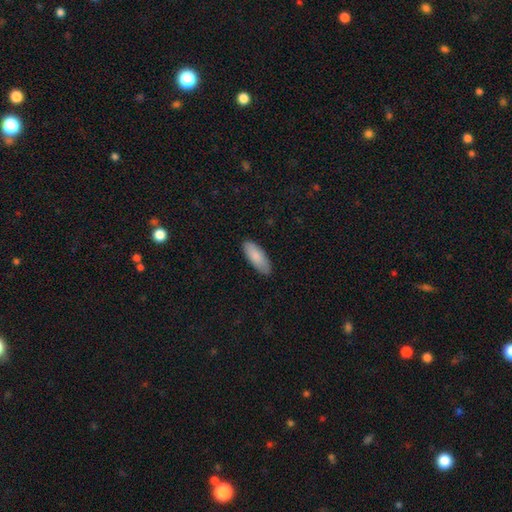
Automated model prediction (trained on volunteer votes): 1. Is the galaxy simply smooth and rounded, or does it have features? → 87% smooth, 8% featured or disk, 5% star or artifact.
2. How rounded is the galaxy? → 77% in between, 22% cigar-shaped, 2% round.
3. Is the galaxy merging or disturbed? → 87% none, 10% minor disturbance, 2% major disturbance, 1% merger.